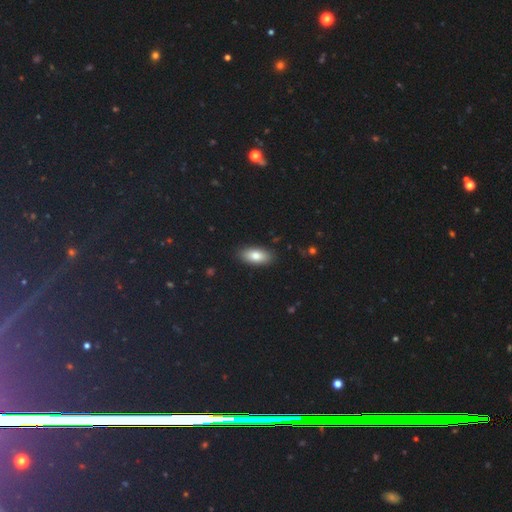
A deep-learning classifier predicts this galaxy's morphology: Smooth or featured? smooth (80%)
How rounded? in between (90%)
Merging? none (89%)